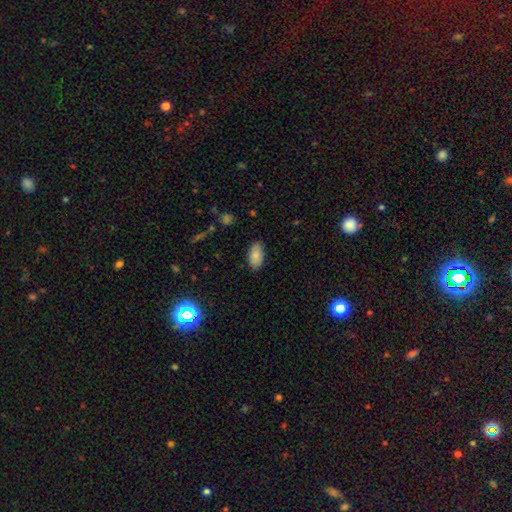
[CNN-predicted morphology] A smooth galaxy with no disk features (86%) that is in between round and cigar-shaped (94%). Merging: none (85%).